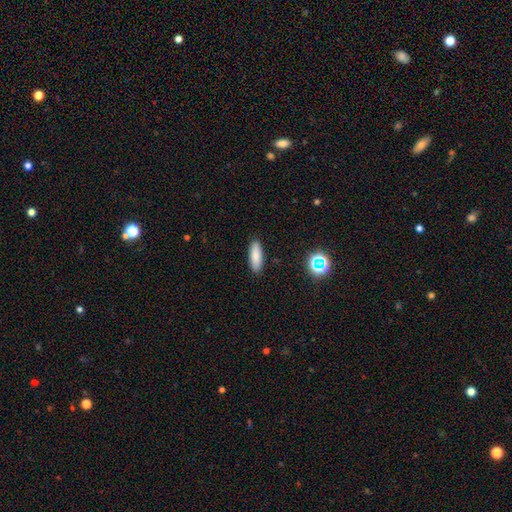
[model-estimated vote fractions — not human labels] Overall: smooth (85%). How rounded: in between (55%; cigar-shaped 43%). Merging: none (89%).